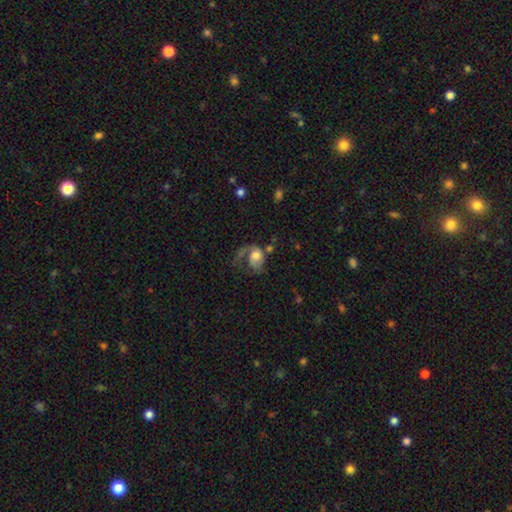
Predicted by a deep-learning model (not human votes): A featured or disk galaxy (54%) with no bar (75%), spiral arms (78%) and a moderate central bulge (48%).

Vote fractions:
- Smooth or featured? featured or disk: 54% / smooth: 37% / star or artifact: 8%
- Edge-on disk? no: 97% / yes: 3%
- Bar? no: 75% / weak: 21% / strong: 4%
- Spiral arms? yes: 78% / no: 22%
- Bulge size? moderate: 48% / large: 28% / small: 14% / none: 6% / dominant: 4%
- Merging? major disturbance: 50% / none: 26% / minor disturbance: 16% / merger: 7%